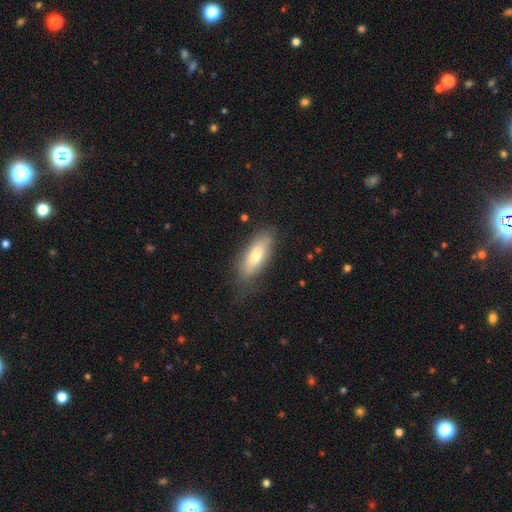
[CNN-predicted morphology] Smooth or featured? smooth (69%)
How rounded? in between (72%)
Merging? none (75%)